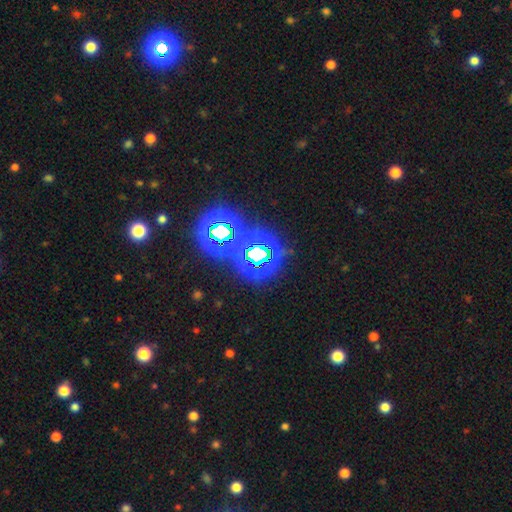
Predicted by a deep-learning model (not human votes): Morphology: type=star or artifact (78%).